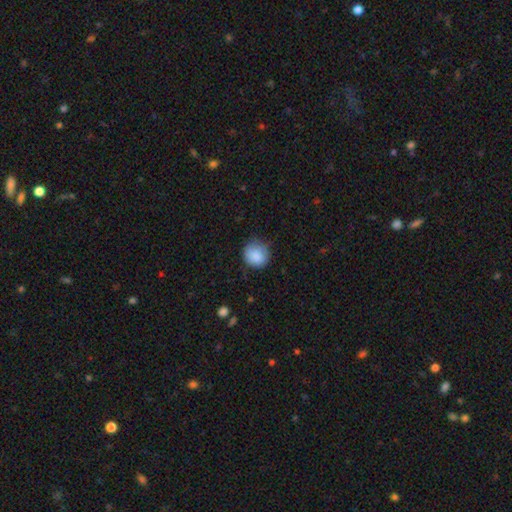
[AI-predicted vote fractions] smooth 86%, star or artifact 7%, featured or disk 7%. Down the decision tree: how rounded — round (85%); merging — none (69%).